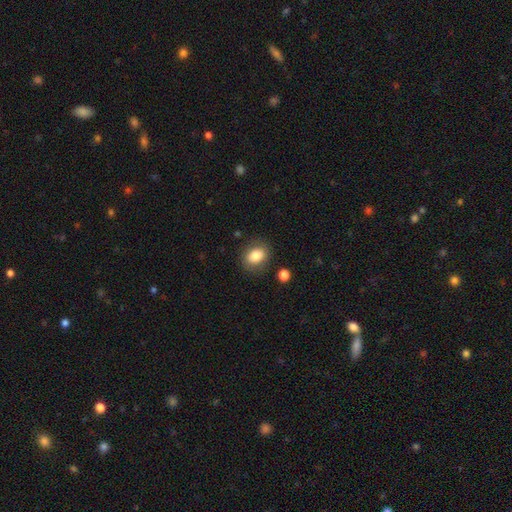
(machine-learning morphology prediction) Smooth or featured: smooth — 83% (star or artifact — 9%)
How rounded: in between — 58% (round — 40%)
Merging: none — 81% (minor disturbance — 12%)